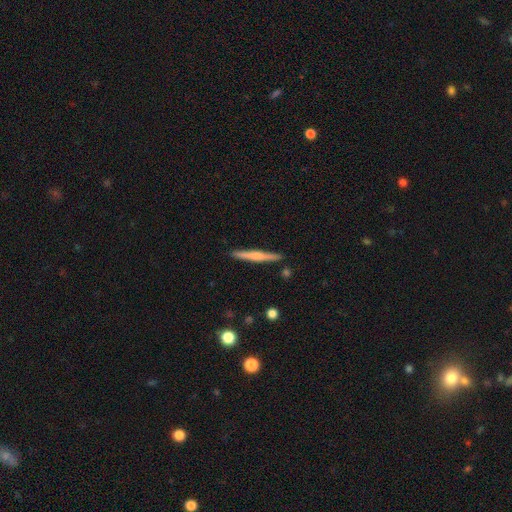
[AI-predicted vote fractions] A featured or disk galaxy (51%) viewed edge-on (98%) with a rounded central bulge (53%). Merging: none (91%).